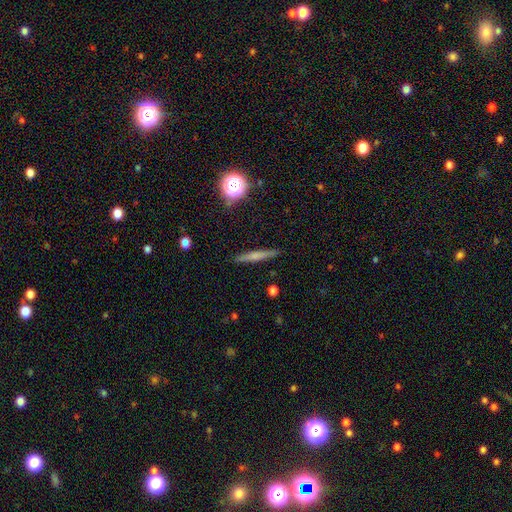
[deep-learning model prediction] Smooth or featured: smooth — 50% (featured or disk — 41%)
Merging: none — 90% (minor disturbance — 7%)